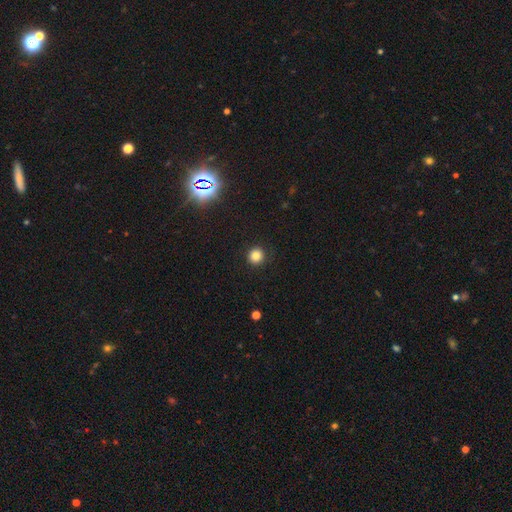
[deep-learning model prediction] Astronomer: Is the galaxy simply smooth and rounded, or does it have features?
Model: smooth — 83%.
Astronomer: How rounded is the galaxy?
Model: round — 93%.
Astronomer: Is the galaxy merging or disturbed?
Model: none — 91%.